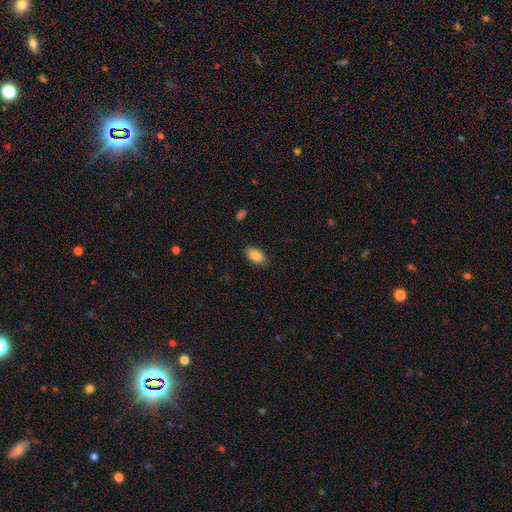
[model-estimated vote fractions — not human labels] A smooth galaxy with no disk features (87%) that is in between round and cigar-shaped (93%). Merging: none (85%).